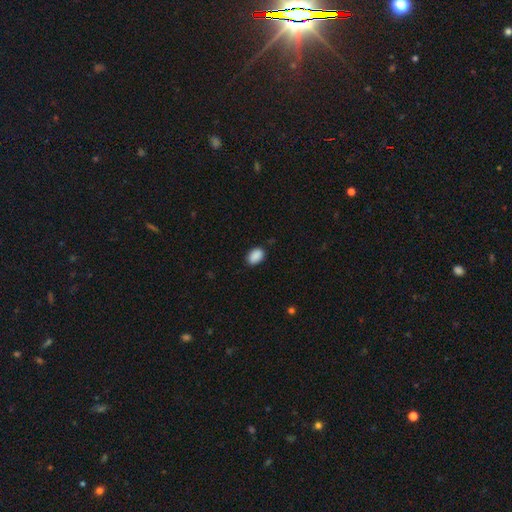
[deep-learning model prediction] This is clearly a smooth galaxy (90%). How rounded: clearly in between (84%). Merging: clearly none (84%).